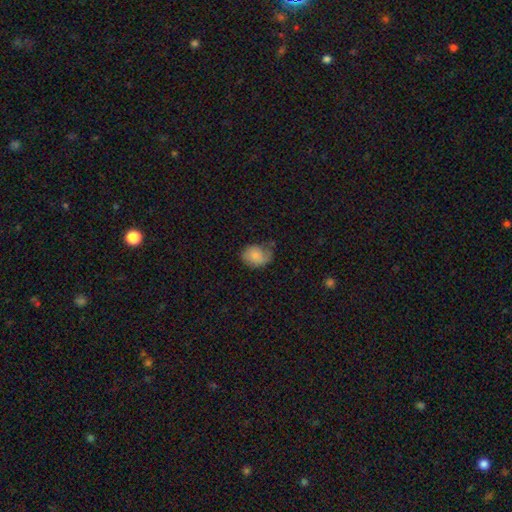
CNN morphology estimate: The model was most divided on "merging": none: 44%, minor disturbance: 37%, major disturbance: 17%, merger: 3%. More confident: smooth or featured — smooth (70%); how rounded — in between (56%).